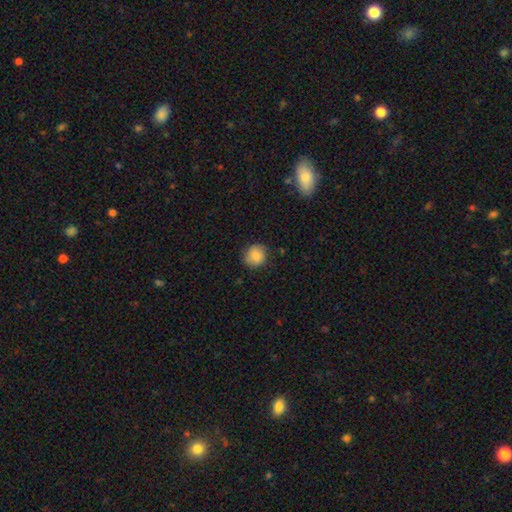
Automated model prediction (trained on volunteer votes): Smooth or featured? Predicted: smooth (p=0.82). How rounded? Predicted: round (p=0.83). Merging? Predicted: none (p=0.82).